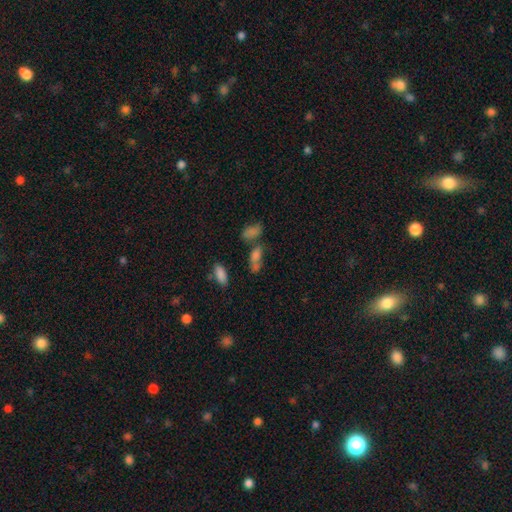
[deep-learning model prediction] Q: Smooth or featured?
A: smooth (63%); runner-up: star or artifact (21%)
Q: How rounded?
A: in between (74%); runner-up: cigar-shaped (15%)
Q: Merging?
A: none (45%); runner-up: merger (30%)